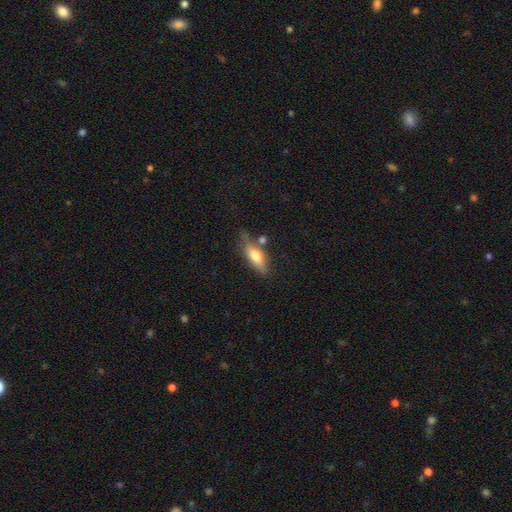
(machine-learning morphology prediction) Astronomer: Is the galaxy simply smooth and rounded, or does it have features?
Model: smooth — 63%.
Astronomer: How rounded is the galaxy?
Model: in between — 60% (runner-up: cigar-shaped, 37%).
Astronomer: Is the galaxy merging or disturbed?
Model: none — 59%.